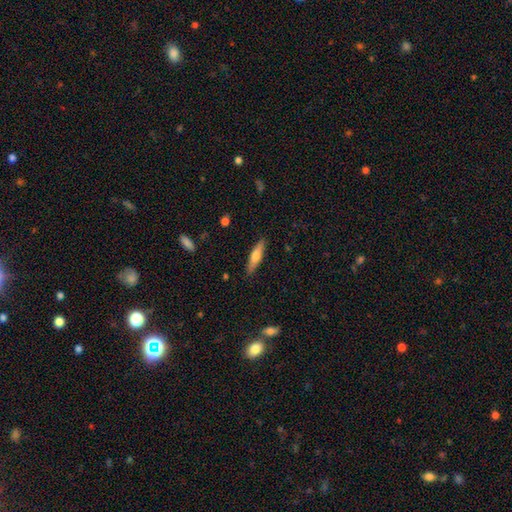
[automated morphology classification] This is possibly a smooth galaxy (58%). How rounded: likely cigar-shaped (78%). Merging: clearly none (89%).